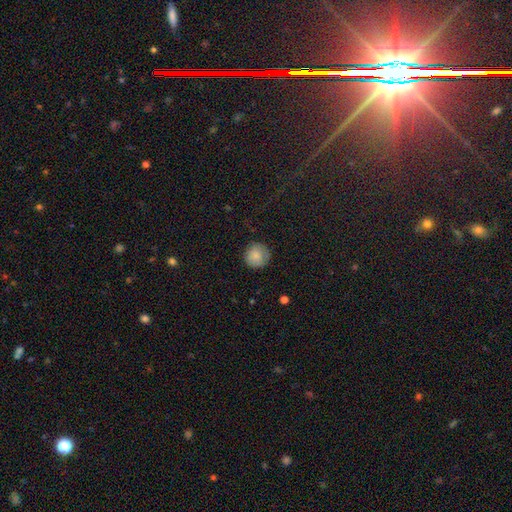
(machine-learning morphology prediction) A smooth galaxy with no disk features (85%) that is round (95%).

Vote fractions:
- Smooth or featured? smooth: 85% / star or artifact: 8% / featured or disk: 7%
- How rounded? round: 95% / in between: 5% / cigar-shaped: 1%
- Merging? none: 85% / minor disturbance: 12% / major disturbance: 3% / merger: 1%